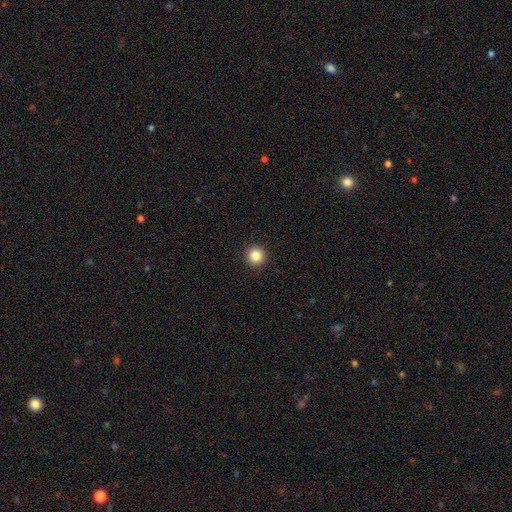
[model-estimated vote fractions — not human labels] Smooth or featured? smooth (85%)
How rounded? round (94%)
Merging? none (93%)